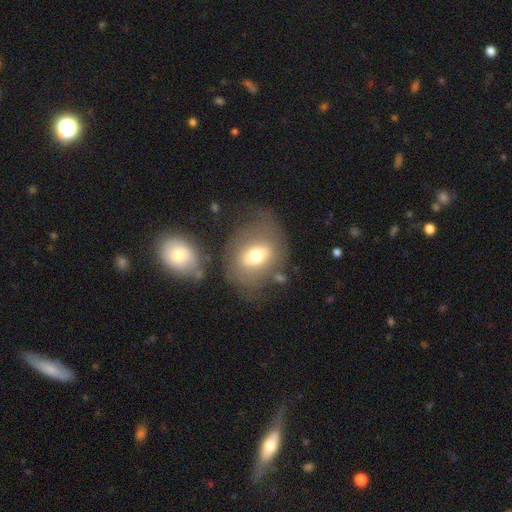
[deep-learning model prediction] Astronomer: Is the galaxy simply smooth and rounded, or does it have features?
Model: smooth — 52% (runner-up: featured or disk, 39%).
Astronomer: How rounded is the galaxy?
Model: in between — 52% (runner-up: round, 46%).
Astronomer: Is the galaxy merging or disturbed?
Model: none — 57%.